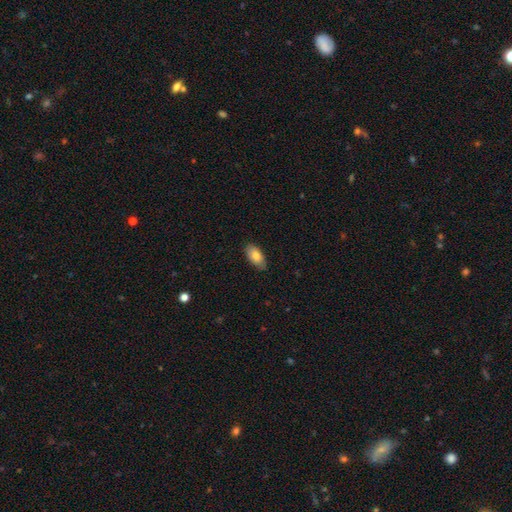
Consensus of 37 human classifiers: A smooth galaxy with no disk features (92%) that is in between round and cigar-shaped (91%). Merging: none (97%).